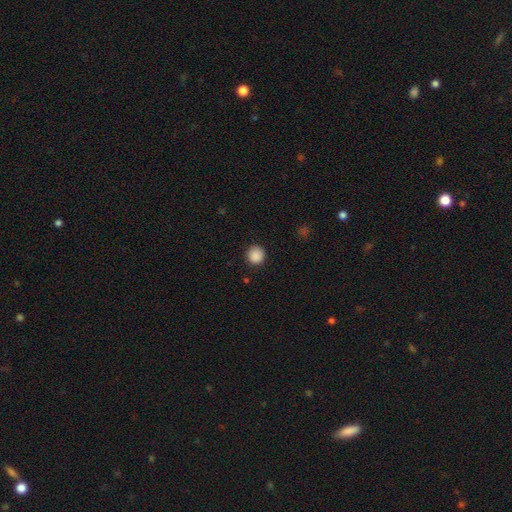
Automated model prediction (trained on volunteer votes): Smooth or featured? Predicted: smooth (p=0.88). How rounded? Predicted: round (p=0.93). Merging? Predicted: none (p=0.90).